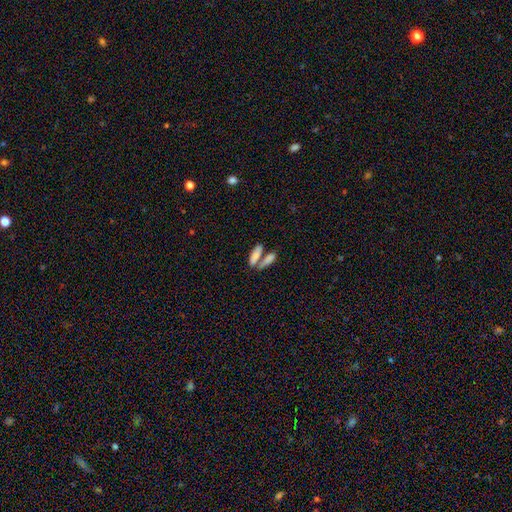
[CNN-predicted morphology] Q: Smooth or featured?
A: smooth (80%); runner-up: featured or disk (13%)
Q: How rounded?
A: in between (60%); runner-up: cigar-shaped (36%)
Q: Merging?
A: merger (49%); runner-up: none (39%)